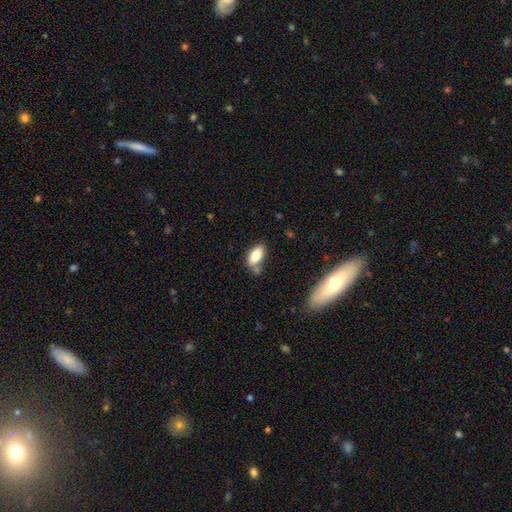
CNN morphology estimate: type=smooth (83%); roundness=in between (90%); merging=none (62%).